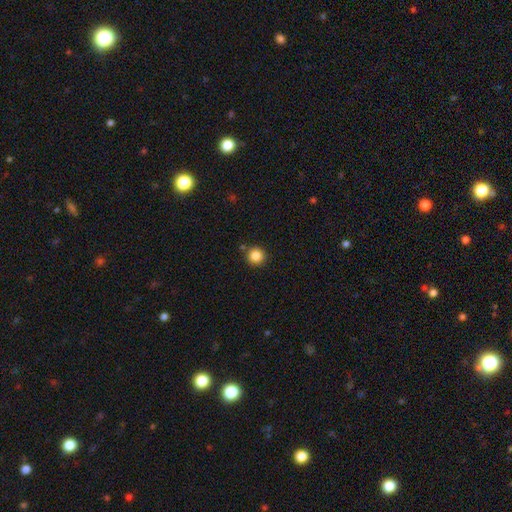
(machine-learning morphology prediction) Smooth or featured? smooth (85%)
How rounded? round (94%)
Merging? none (86%)